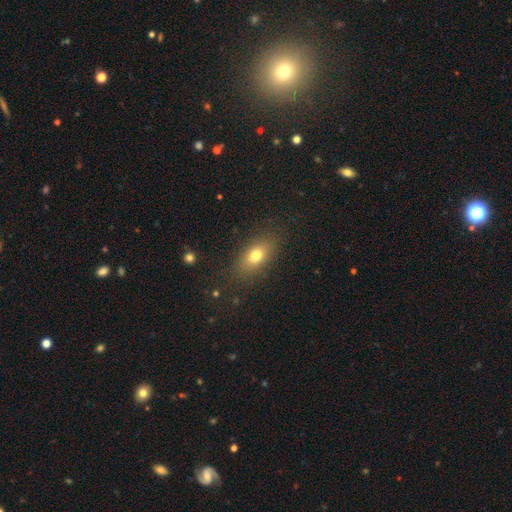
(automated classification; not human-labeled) A smooth galaxy with no disk features (75%) that is in between round and cigar-shaped (81%).

Vote fractions:
- Smooth or featured? smooth: 75% / featured or disk: 14% / star or artifact: 11%
- How rounded? in between: 81% / round: 11% / cigar-shaped: 9%
- Merging? none: 83% / minor disturbance: 11% / major disturbance: 4% / merger: 1%